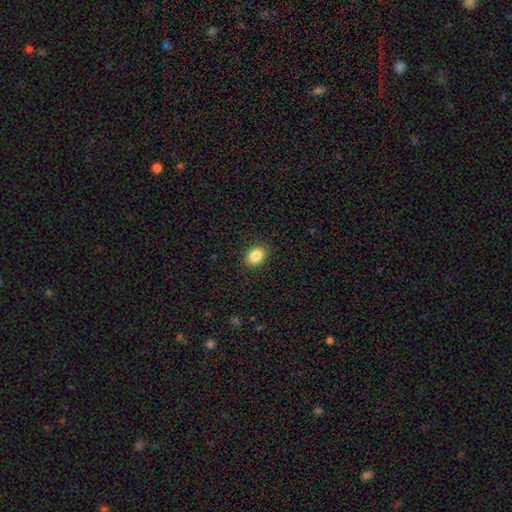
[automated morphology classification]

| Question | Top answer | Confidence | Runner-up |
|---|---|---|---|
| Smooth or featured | smooth | 86% | star or artifact (9%) |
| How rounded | in between | 63% | round (36%) |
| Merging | none | 89% | minor disturbance (8%) |